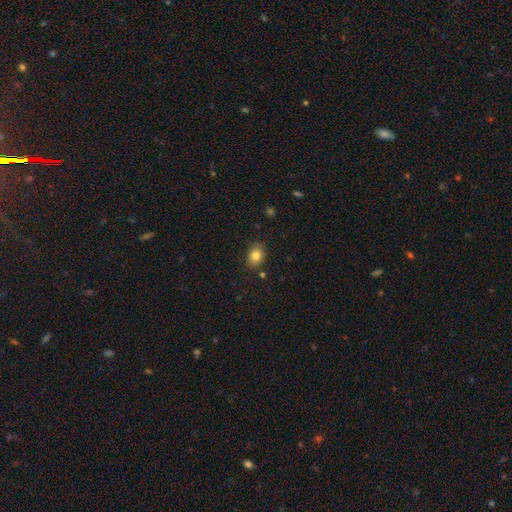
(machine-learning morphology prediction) smooth-or-featured: smooth: 82% | star or artifact: 10% | featured or disk: 8%
  how-rounded: in between: 67% | round: 32% | cigar-shaped: 1%
  merging: none: 84% | minor disturbance: 12% | major disturbance: 2% | merger: 2%